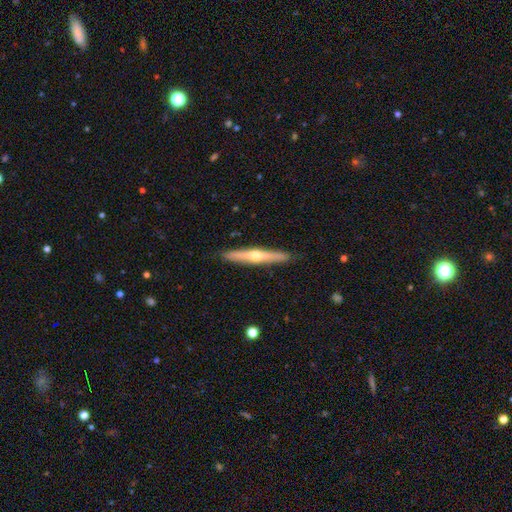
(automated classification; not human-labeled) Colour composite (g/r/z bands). It shows a featured or disk galaxy (67%) viewed edge-on (96%) with a rounded central bulge (88%). Merging: none (91%).